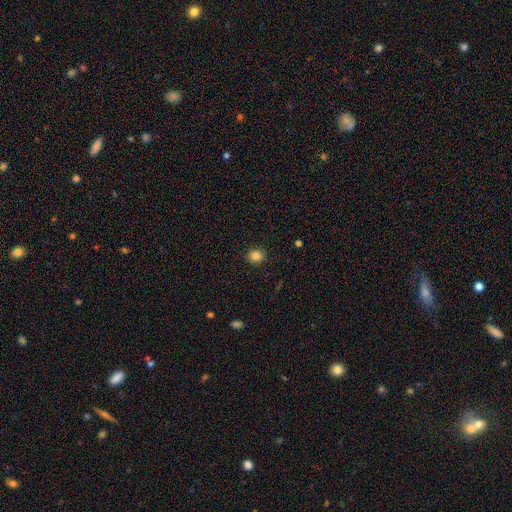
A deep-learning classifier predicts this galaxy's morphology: type=smooth (84%); roundness=round (80%); merging=none (90%).